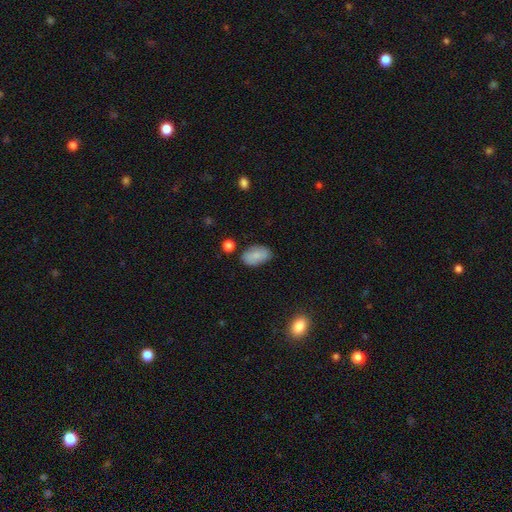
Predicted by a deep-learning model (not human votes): The model was most divided on "merging": none: 76%, minor disturbance: 17%, major disturbance: 4%, merger: 4%. More confident: how rounded — in between (93%); smooth or featured — smooth (82%).